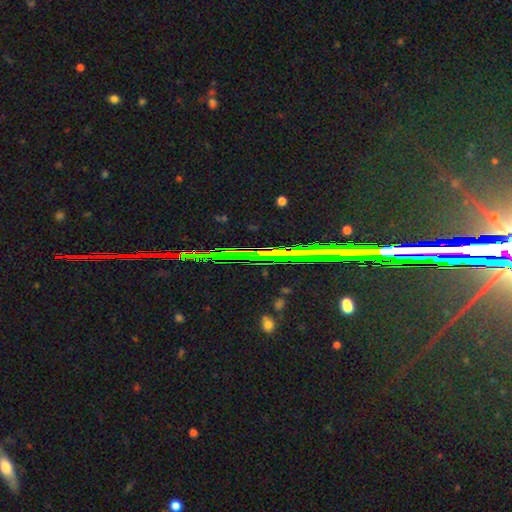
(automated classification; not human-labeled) smooth-or-featured: star or artifact: 80% | featured or disk: 11% | smooth: 8%